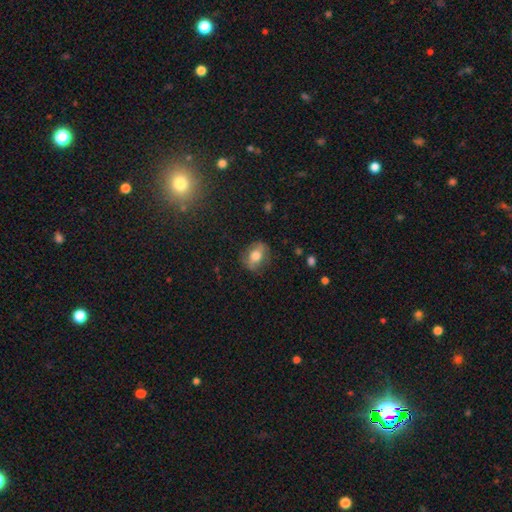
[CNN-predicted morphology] Q: Smooth or featured?
A: smooth (64%); runner-up: featured or disk (27%)
Q: How rounded?
A: in between (63%); runner-up: round (35%)
Q: Merging?
A: none (77%); runner-up: minor disturbance (17%)